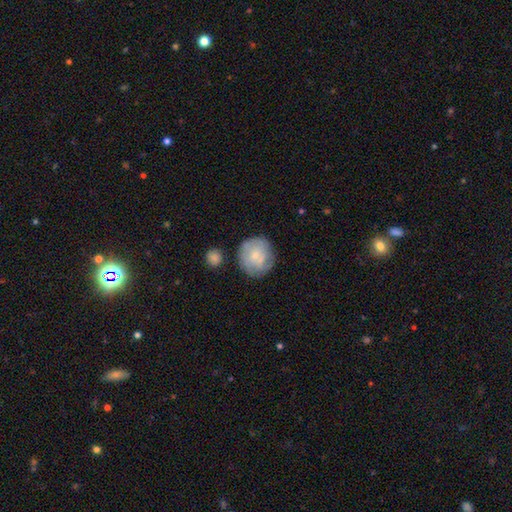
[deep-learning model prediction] Smooth or featured?
  - smooth: 53% *
  - featured or disk: 41%
  - star or artifact: 7%
How rounded?
  - round: 88% *
  - in between: 11%
  - cigar-shaped: 1%
Merging?
  - none: 67% *
  - minor disturbance: 20%
  - major disturbance: 7%
  - merger: 6%